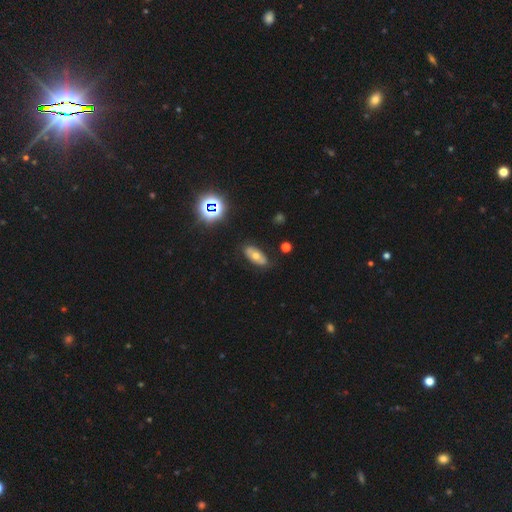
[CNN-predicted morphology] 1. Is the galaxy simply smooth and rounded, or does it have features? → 53% smooth, 34% featured or disk, 14% star or artifact.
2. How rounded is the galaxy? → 87% in between, 7% cigar-shaped, 5% round.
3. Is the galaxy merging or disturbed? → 77% none, 17% minor disturbance, 4% major disturbance, 2% merger.